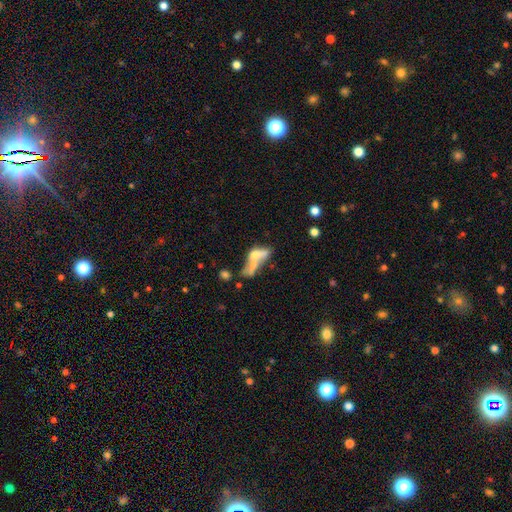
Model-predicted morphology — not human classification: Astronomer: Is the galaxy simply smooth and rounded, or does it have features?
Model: smooth — 45% (runner-up: featured or disk, 43%).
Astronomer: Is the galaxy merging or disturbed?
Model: merger — 54%.